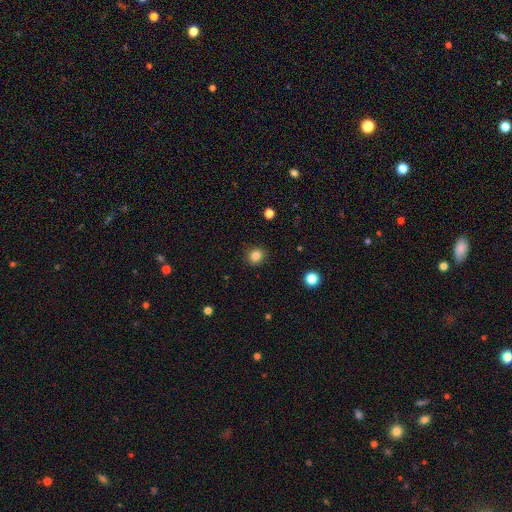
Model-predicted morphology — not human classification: This is clearly a smooth galaxy (84%). How rounded: clearly round (81%). Merging: clearly none (89%).